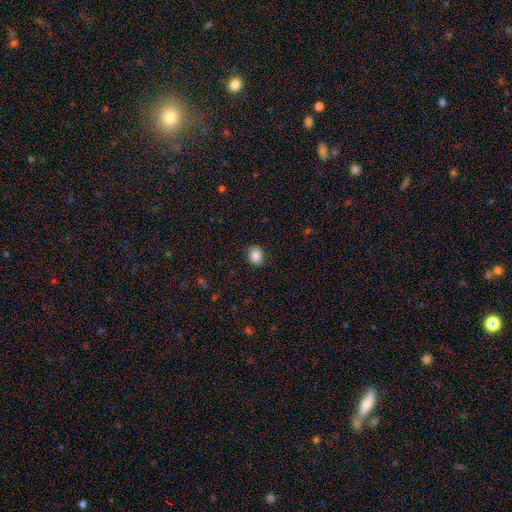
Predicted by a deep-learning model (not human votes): This is clearly a smooth galaxy (86%). How rounded: possibly in between (56%). Merging: clearly none (84%).